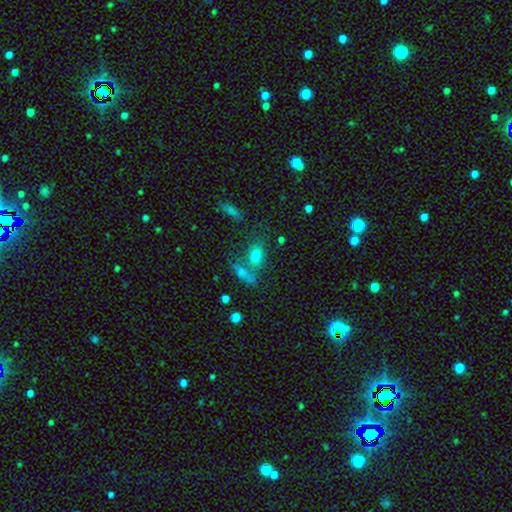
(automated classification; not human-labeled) smooth 74%, featured or disk 15%, star or artifact 12%. Down the decision tree: how rounded — in between (74%); merging — none (49%).